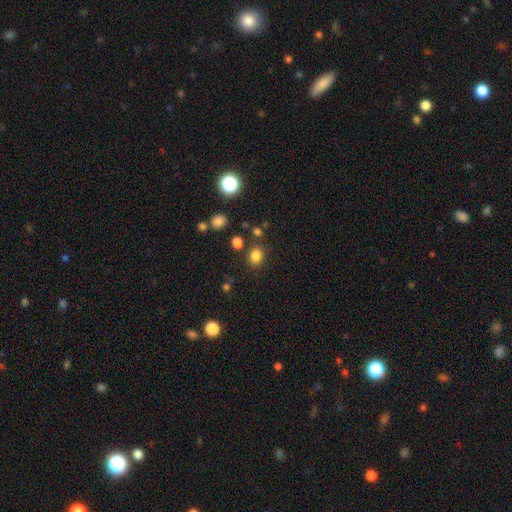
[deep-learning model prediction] A smooth galaxy with no disk features (80%) that is round (70%).

Vote fractions:
- Smooth or featured? smooth: 80% / star or artifact: 15% / featured or disk: 5%
- How rounded? round: 70% / in between: 29% / cigar-shaped: 1%
- Merging? none: 82% / minor disturbance: 9% / merger: 5% / major disturbance: 4%